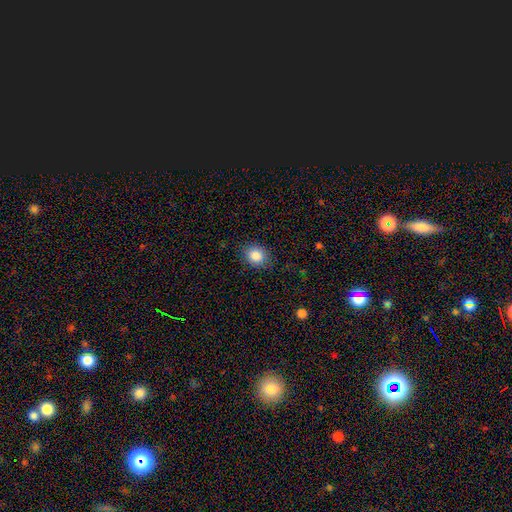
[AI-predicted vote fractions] The model was most divided on "how rounded": round: 54%, in between: 45%, cigar-shaped: 1%. More confident: smooth or featured — smooth (87%); merging — none (83%).